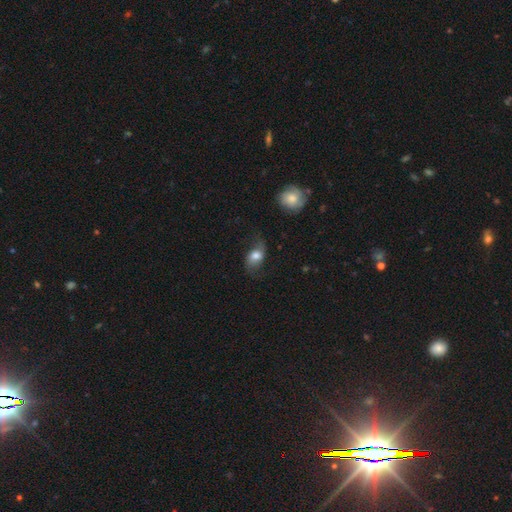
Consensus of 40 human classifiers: Smooth or featured? 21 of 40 (52%) said smooth. How rounded? 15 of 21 (71%) said in between. Merging? 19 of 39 (49%) said none.